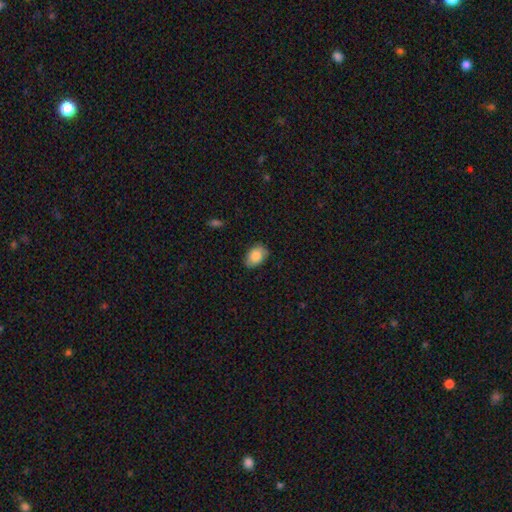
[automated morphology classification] smooth-or-featured: smooth: 84% | featured or disk: 9% | star or artifact: 7%
  how-rounded: in between: 86% | round: 13% | cigar-shaped: 1%
  merging: none: 84% | minor disturbance: 13% | major disturbance: 2% | merger: 1%